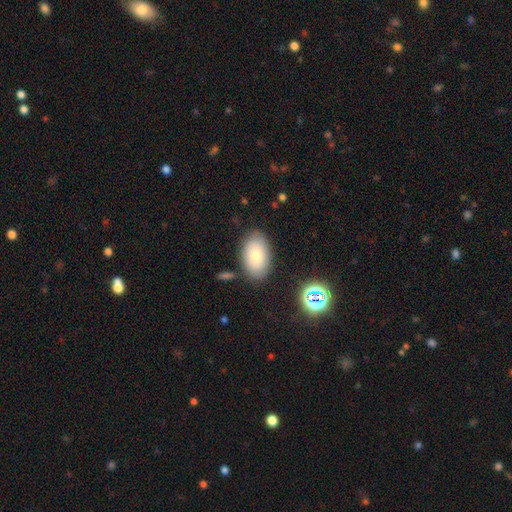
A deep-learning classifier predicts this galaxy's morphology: Smooth or featured?
  - smooth: 72% *
  - featured or disk: 20%
  - star or artifact: 8%
How rounded?
  - in between: 91% *
  - round: 8%
  - cigar-shaped: 1%
Merging?
  - none: 81% *
  - minor disturbance: 13%
  - major disturbance: 3%
  - merger: 3%